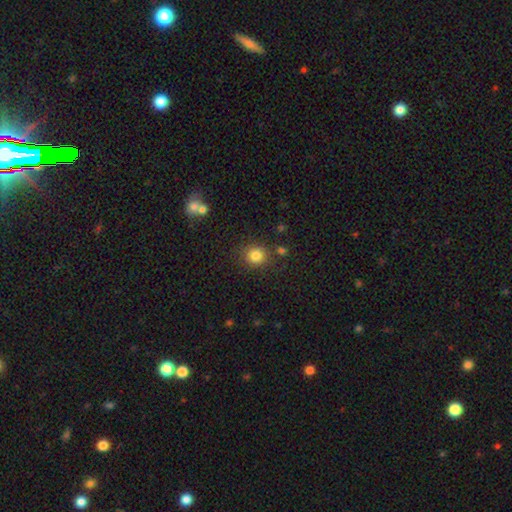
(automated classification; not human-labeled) smooth 82%, star or artifact 12%, featured or disk 6%. Down the decision tree: how rounded — round (87%); merging — none (83%).